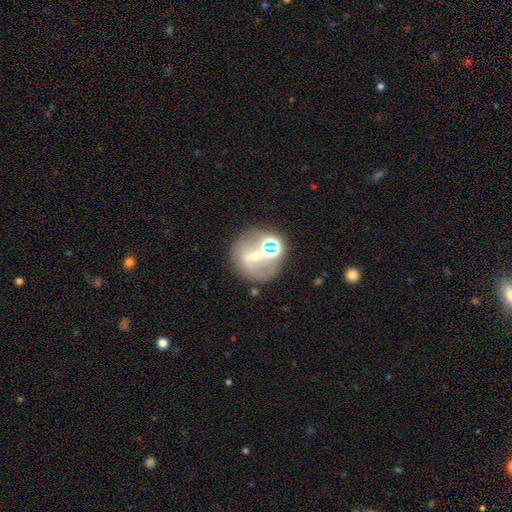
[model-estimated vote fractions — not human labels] Smooth or featured: featured or disk — 55% (smooth — 28%)
Edge-on disk: no — 96% (yes — 4%)
Bar: no — 40% (weak — 33%)
Spiral arms: no — 60% (yes — 40%)
Bulge size: small — 48% (moderate — 41%)
Merging: none — 58% (merger — 18%)